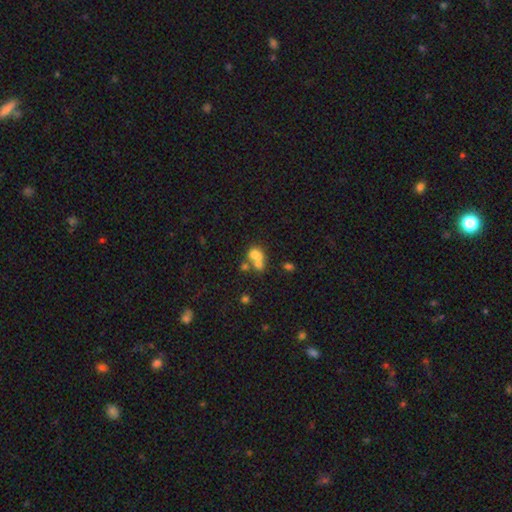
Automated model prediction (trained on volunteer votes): smooth 63%, featured or disk 23%, star or artifact 13%. Down the decision tree: how rounded — in between (51%); merging — merger (61%).